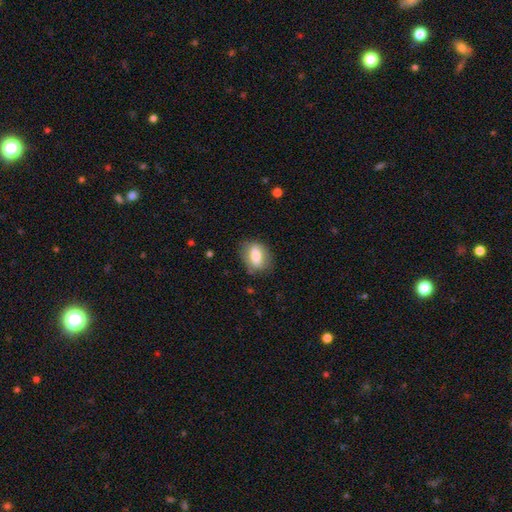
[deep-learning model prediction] Morphology: type=smooth (74%); roundness=in between (79%); merging=none (75%).